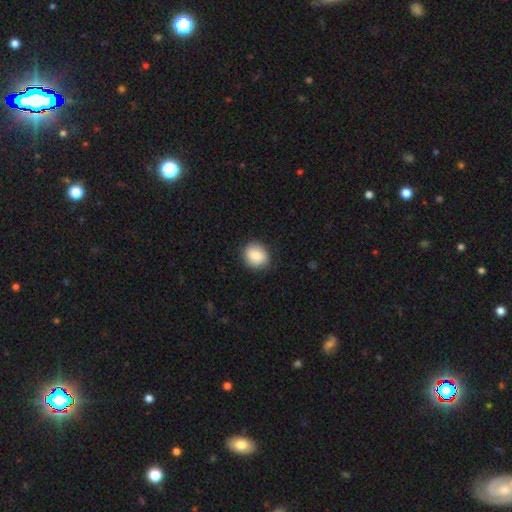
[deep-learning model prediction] Morphology: type=smooth (83%); roundness=round (74%); merging=none (86%).